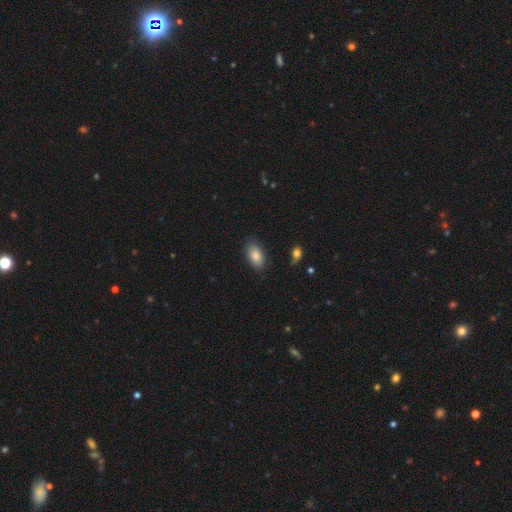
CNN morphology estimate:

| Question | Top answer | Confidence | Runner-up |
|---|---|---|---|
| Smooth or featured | smooth | 85% | featured or disk (8%) |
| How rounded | in between | 92% | round (5%) |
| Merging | none | 81% | minor disturbance (14%) |